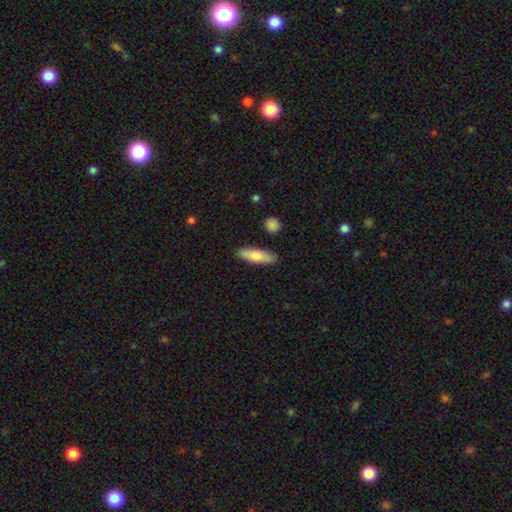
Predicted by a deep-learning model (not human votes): A smooth galaxy with no disk features (74%) that is cigar-shaped (57%).

Vote fractions:
- Smooth or featured? smooth: 74% / featured or disk: 20% / star or artifact: 6%
- How rounded? cigar-shaped: 57% / in between: 41% / round: 2%
- Merging? none: 88% / minor disturbance: 8% / merger: 2% / major disturbance: 2%